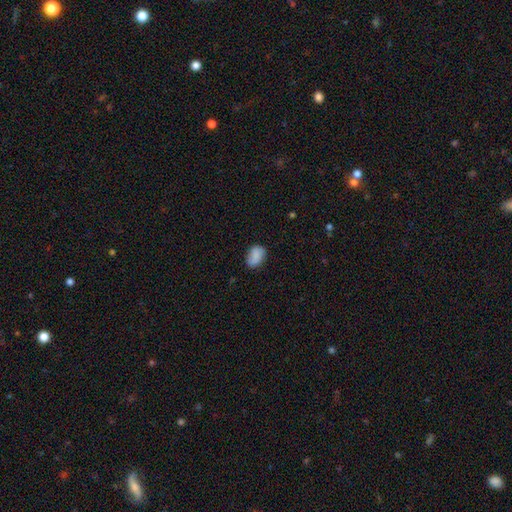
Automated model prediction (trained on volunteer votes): Morphology: type=smooth (83%); roundness=in between (82%); merging=none (74%).